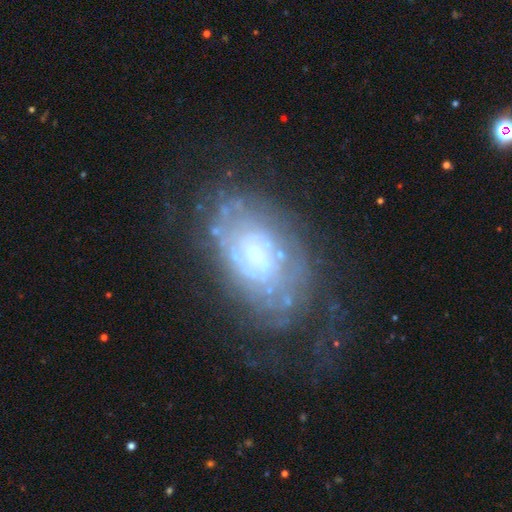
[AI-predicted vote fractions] Overall: featured or disk (76%). Edge-on disk: no (96%). Bar: no (79%). Spiral arms: yes (77%). Spiral arm count: can't tell (55%; 2 19%). Spiral winding: tight (69%). Bulge size: small (76%). Merging: none (55%; minor disturbance 21%).